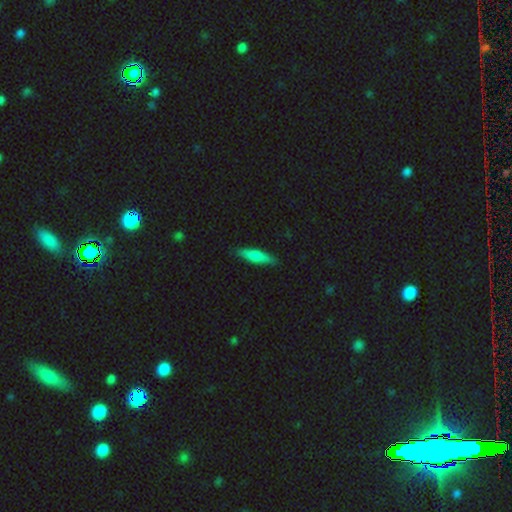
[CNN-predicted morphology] Smooth or featured? Predicted: smooth (p=0.69). How rounded? Predicted: cigar-shaped (p=0.74). Merging? Predicted: none (p=0.86).